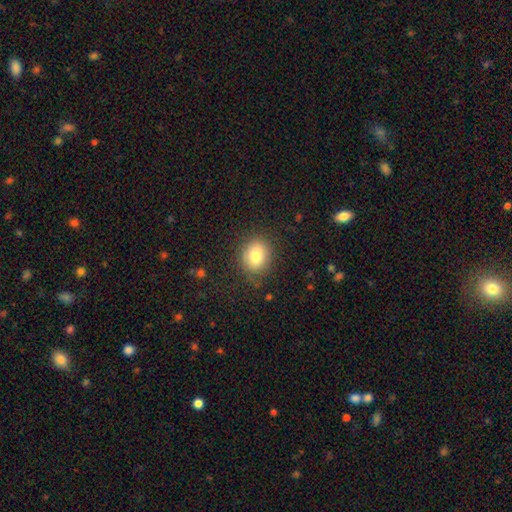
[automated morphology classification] This appears to be a smooth galaxy with no disk features (78%) that is round (66%). Merging: none (83%).